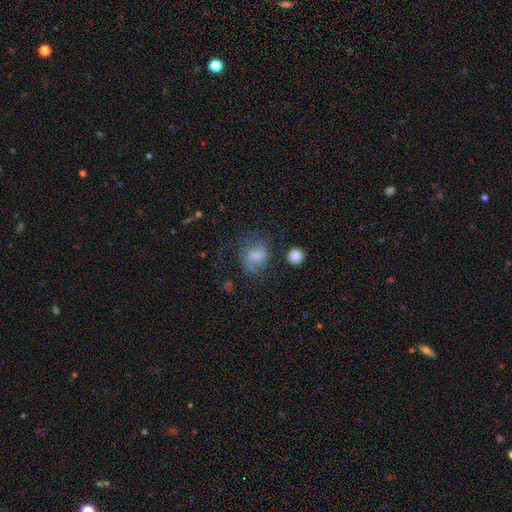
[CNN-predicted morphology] The model was most divided on "smooth or featured": smooth: 46%, featured or disk: 41%, star or artifact: 13%. Remaining: merging — none (46%).